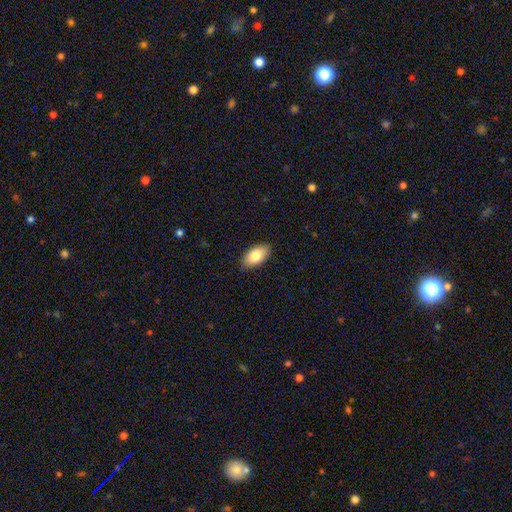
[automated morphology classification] The model was most divided on "smooth or featured": smooth: 81%, featured or disk: 12%, star or artifact: 7%. More confident: how rounded — in between (94%); merging — none (86%).